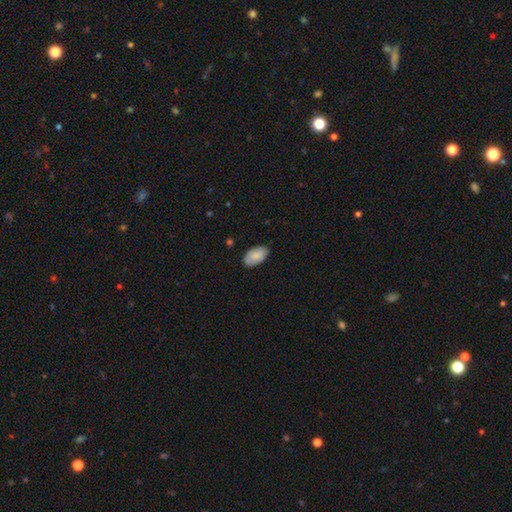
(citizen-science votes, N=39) Morphology: type=smooth (82%); roundness=in between (100%); merging=none (92%).